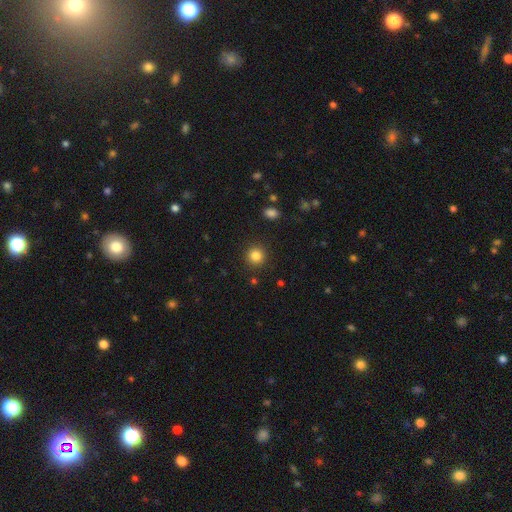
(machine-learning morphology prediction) Overall: smooth (83%). How rounded: round (93%). Merging: none (91%).